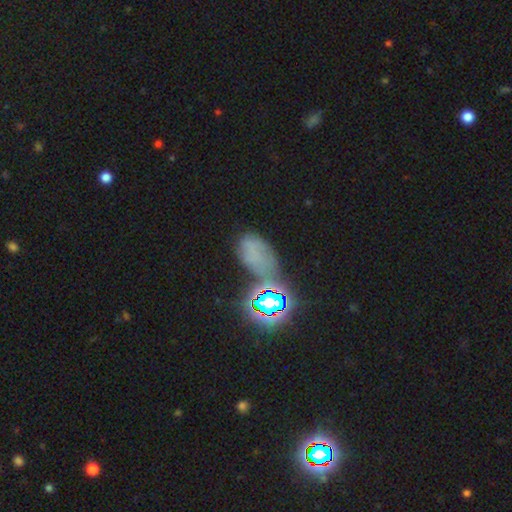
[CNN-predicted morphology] Smooth or featured? Predicted: star or artifact (p=0.53).